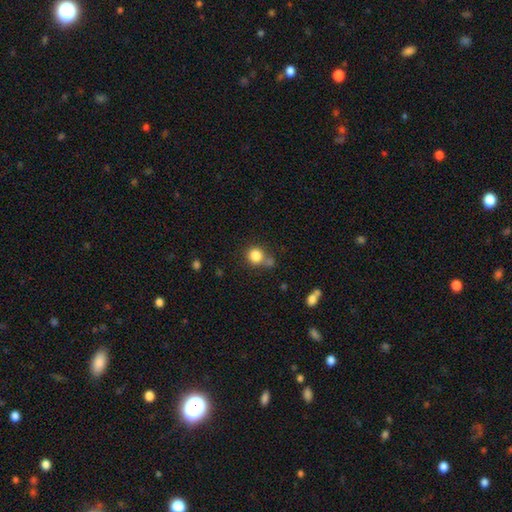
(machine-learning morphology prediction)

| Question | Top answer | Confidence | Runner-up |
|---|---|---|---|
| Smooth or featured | smooth | 84% | star or artifact (11%) |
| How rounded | round | 89% | in between (10%) |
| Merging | none | 65% | merger (18%) |